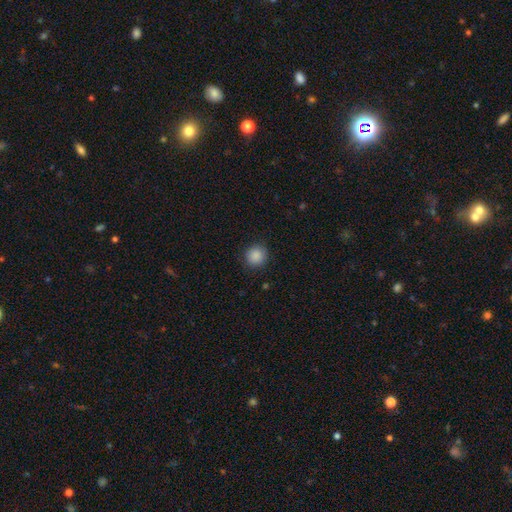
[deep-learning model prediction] Q: Smooth or featured?
A: smooth (88%); runner-up: star or artifact (9%)
Q: How rounded?
A: round (93%); runner-up: in between (6%)
Q: Merging?
A: none (90%); runner-up: minor disturbance (7%)